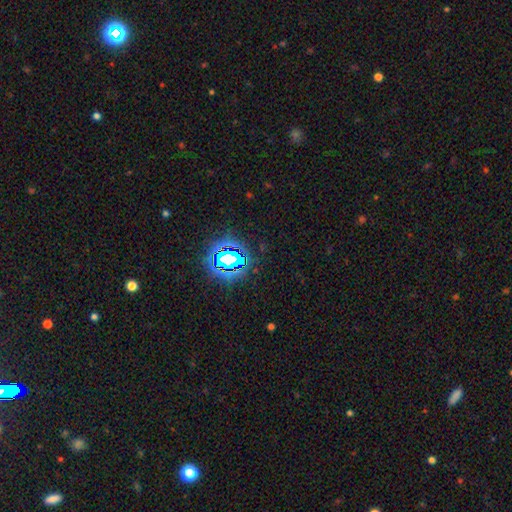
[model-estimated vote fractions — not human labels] Smooth or featured? star or artifact (81%)